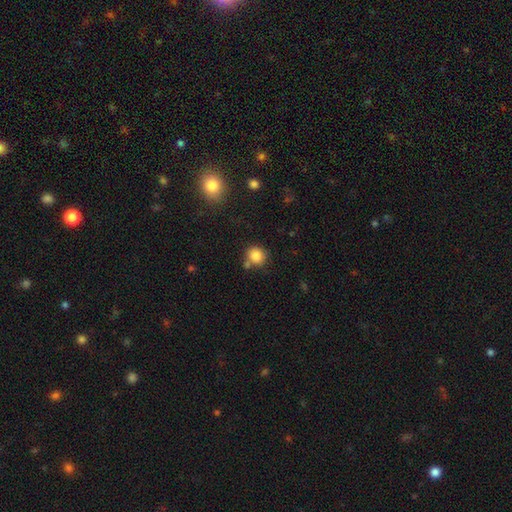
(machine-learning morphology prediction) This is clearly a smooth galaxy (84%). How rounded: clearly round (84%). Merging: likely none (70%).